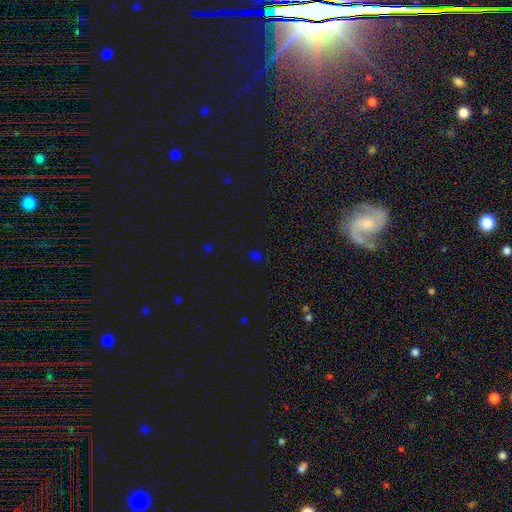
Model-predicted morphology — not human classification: This appears to be a smooth galaxy with no disk features (53%) that is round (53%). Merging: none (81%).